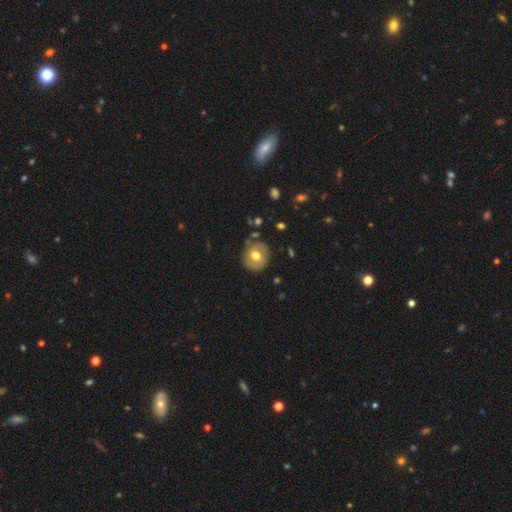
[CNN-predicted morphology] A smooth galaxy with no disk features (61%) that is round (79%).

Vote fractions:
- Smooth or featured? smooth: 61% / featured or disk: 31% / star or artifact: 8%
- How rounded? round: 79% / in between: 20% / cigar-shaped: 1%
- Merging? none: 76% / minor disturbance: 17% / major disturbance: 5% / merger: 3%